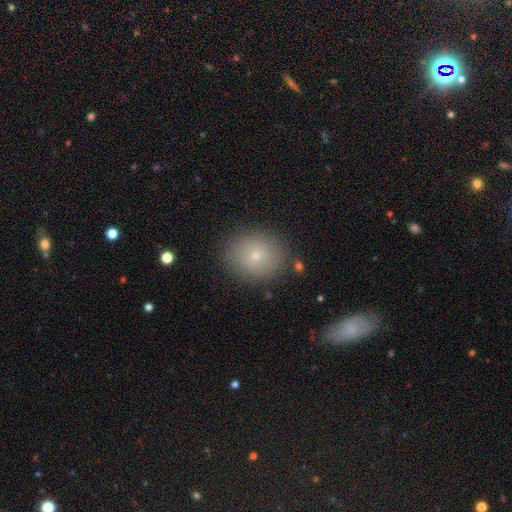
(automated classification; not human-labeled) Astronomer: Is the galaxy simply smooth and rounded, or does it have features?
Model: smooth — 75%.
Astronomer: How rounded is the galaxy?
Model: round — 72%.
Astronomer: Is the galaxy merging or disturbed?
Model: none — 85%.